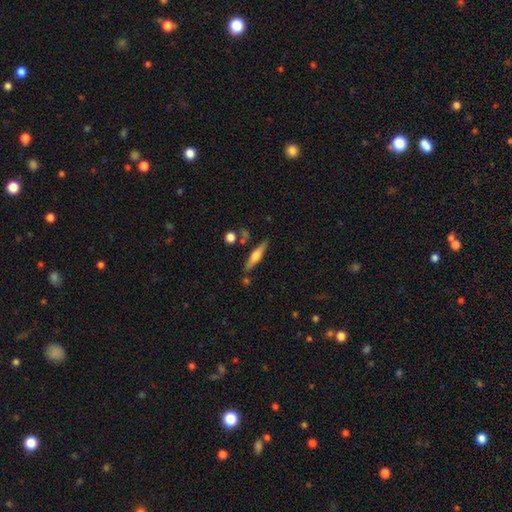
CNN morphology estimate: type=featured or disk (57%); edge-on=yes (96%); edge-on bulge=rounded (87%); merging=none (81%).